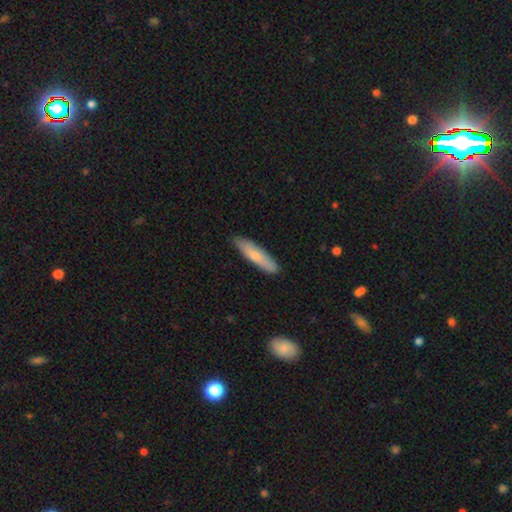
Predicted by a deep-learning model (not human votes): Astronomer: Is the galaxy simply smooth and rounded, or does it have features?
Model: smooth — 68%.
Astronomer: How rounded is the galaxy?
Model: cigar-shaped — 76%.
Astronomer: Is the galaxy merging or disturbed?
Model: none — 85%.